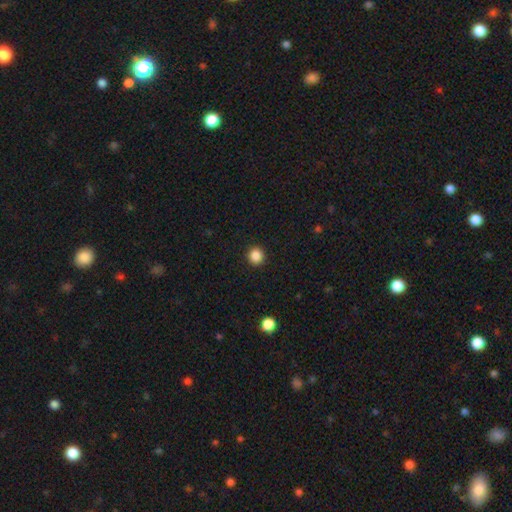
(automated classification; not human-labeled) smooth 86%, star or artifact 11%, featured or disk 3%. Down the decision tree: how rounded — round (93%); merging — none (93%).